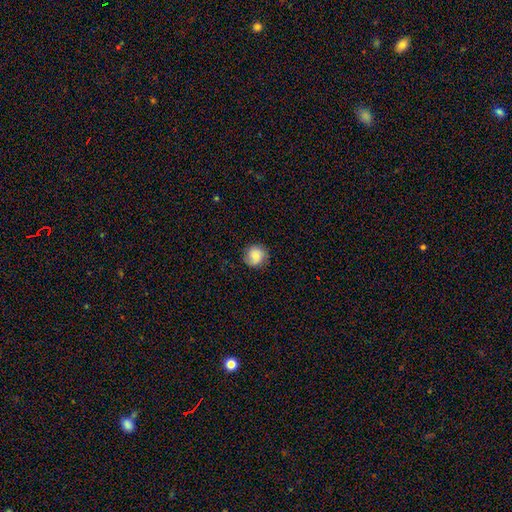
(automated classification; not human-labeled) smooth-or-featured: smooth: 78% | featured or disk: 13% | star or artifact: 8%
  how-rounded: round: 90% | in between: 9% | cigar-shaped: 1%
  merging: none: 84% | minor disturbance: 12% | major disturbance: 3% | merger: 1%